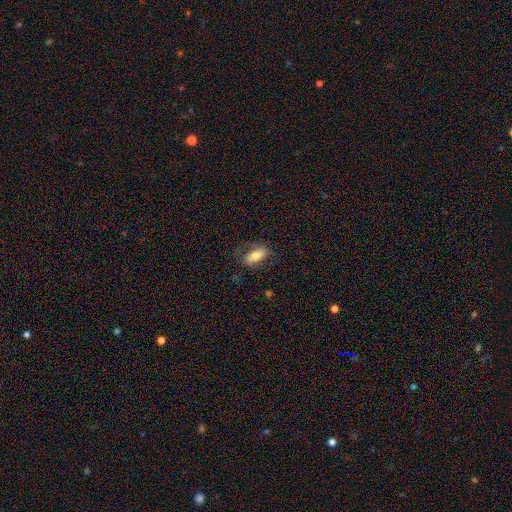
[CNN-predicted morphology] Smooth or featured? Predicted: smooth (p=0.65). How rounded? Predicted: in between (p=0.81). Merging? Predicted: none (p=0.71).